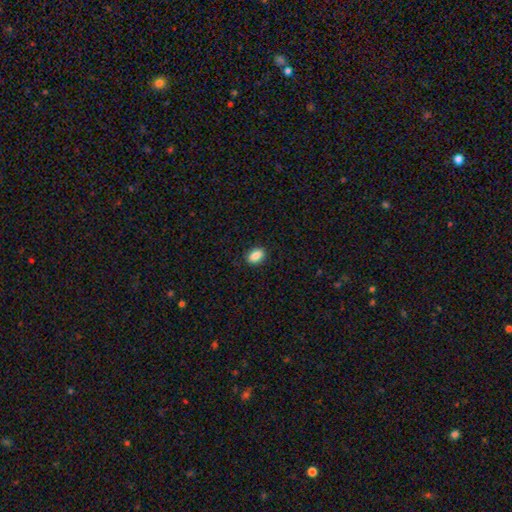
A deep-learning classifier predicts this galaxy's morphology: smooth_or_featured: smooth (p=0.89) [alt: star or artifact p=0.08]
how_rounded: in between (p=0.86) [alt: round p=0.12]
merging: none (p=0.89) [alt: minor disturbance p=0.08]